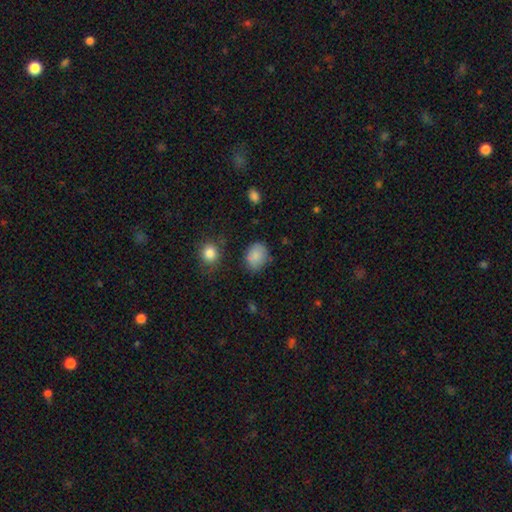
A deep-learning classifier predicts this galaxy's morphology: A smooth galaxy with no disk features (84%) that is in between round and cigar-shaped (54%).

Vote fractions:
- Smooth or featured? smooth: 84% / star or artifact: 8% / featured or disk: 7%
- How rounded? in between: 54% / round: 45% / cigar-shaped: 1%
- Merging? none: 72% / minor disturbance: 20% / major disturbance: 5% / merger: 3%